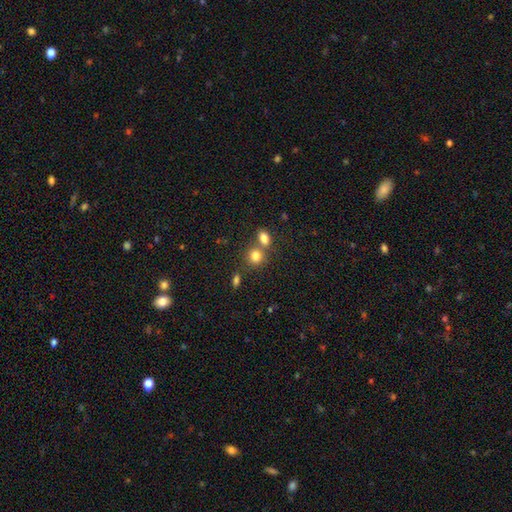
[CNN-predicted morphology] A smooth galaxy with no disk features (80%) that is round (70%). Merging: none (51%).